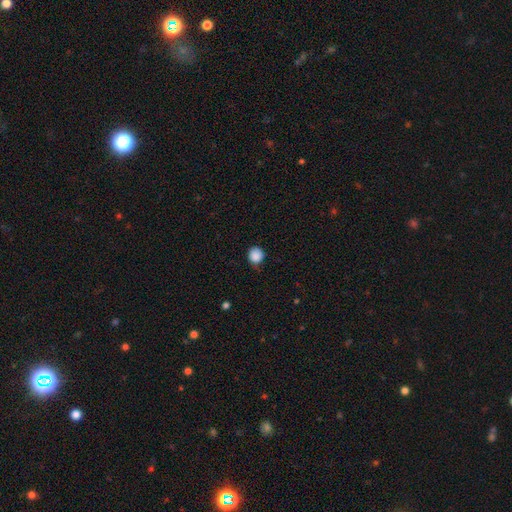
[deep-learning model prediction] Smooth or featured?
  - smooth: 87% *
  - star or artifact: 9%
  - featured or disk: 4%
How rounded?
  - round: 90% *
  - in between: 9%
  - cigar-shaped: 1%
Merging?
  - none: 74% *
  - minor disturbance: 21%
  - major disturbance: 4%
  - merger: 1%